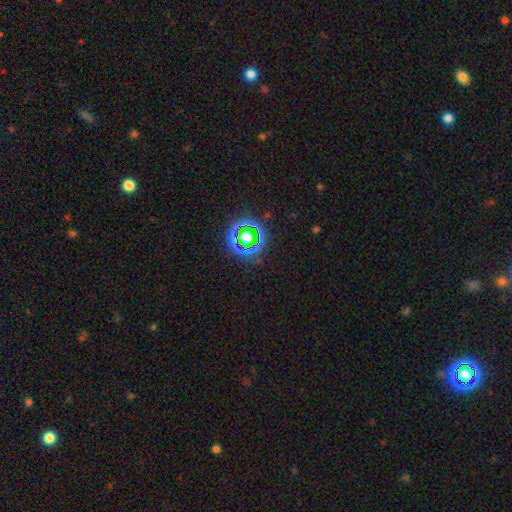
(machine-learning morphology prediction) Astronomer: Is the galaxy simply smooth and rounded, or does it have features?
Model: star or artifact — 67%.